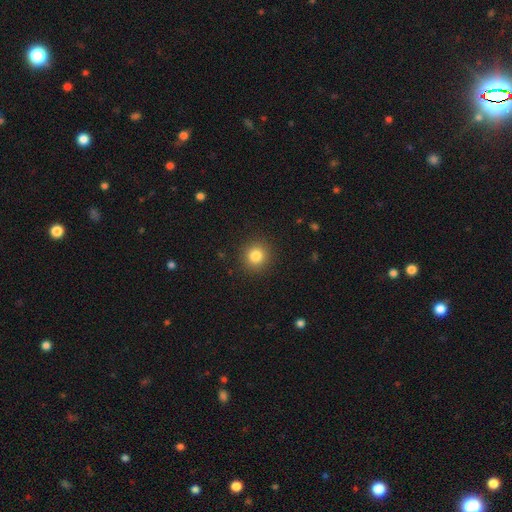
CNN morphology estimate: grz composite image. It shows a smooth galaxy with no disk features (83%) that is round (93%). Merging: none (91%).